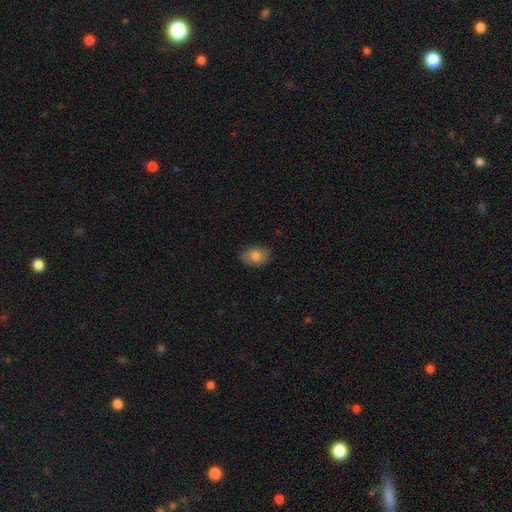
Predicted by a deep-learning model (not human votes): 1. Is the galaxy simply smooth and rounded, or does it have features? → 81% smooth, 11% featured or disk, 8% star or artifact.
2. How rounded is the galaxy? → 79% in between, 20% round, 1% cigar-shaped.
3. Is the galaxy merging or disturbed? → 84% none, 13% minor disturbance, 3% major disturbance, 1% merger.